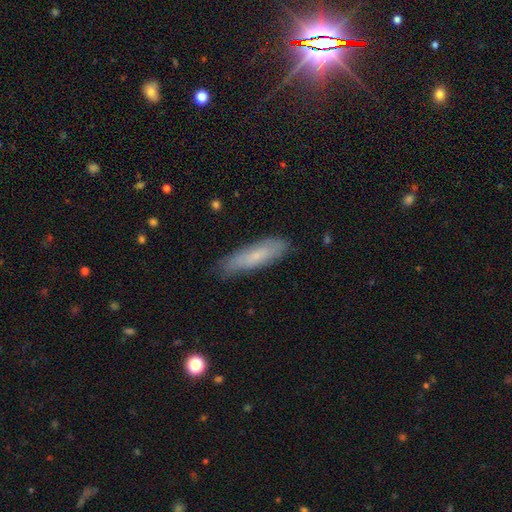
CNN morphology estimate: smooth 67%, featured or disk 26%, star or artifact 7%. Down the decision tree: how rounded — cigar-shaped (71%); merging — none (80%).